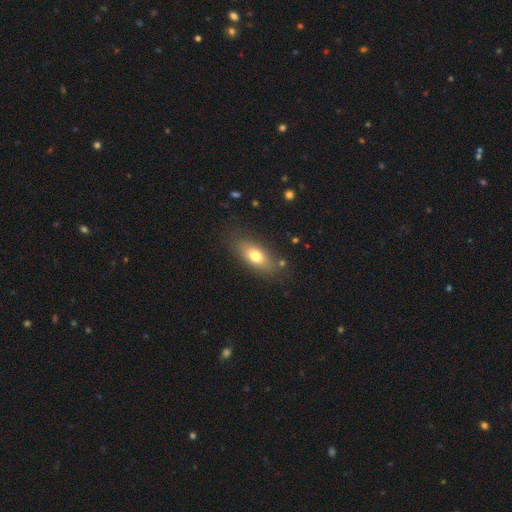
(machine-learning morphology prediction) A smooth galaxy with no disk features (71%) that is in between round and cigar-shaped (78%).

Vote fractions:
- Smooth or featured? smooth: 71% / featured or disk: 20% / star or artifact: 9%
- How rounded? in between: 78% / cigar-shaped: 15% / round: 8%
- Merging? none: 80% / minor disturbance: 13% / major disturbance: 5% / merger: 3%